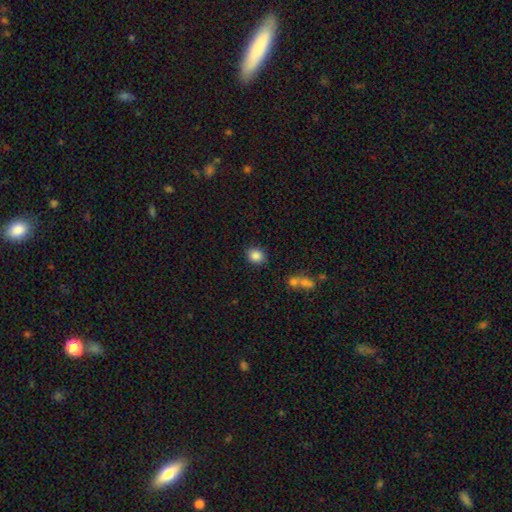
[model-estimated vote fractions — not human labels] Morphology: type=smooth (86%); roundness=round (70%); merging=none (86%).